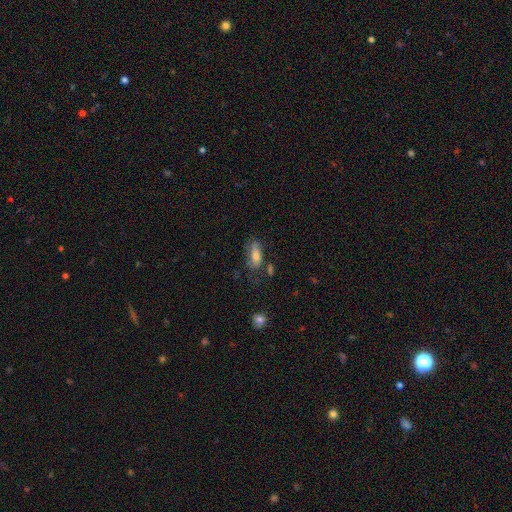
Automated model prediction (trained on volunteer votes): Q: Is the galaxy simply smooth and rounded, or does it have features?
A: smooth — 60%.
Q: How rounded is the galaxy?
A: in between — 81%.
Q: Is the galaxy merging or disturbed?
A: none — 52%.